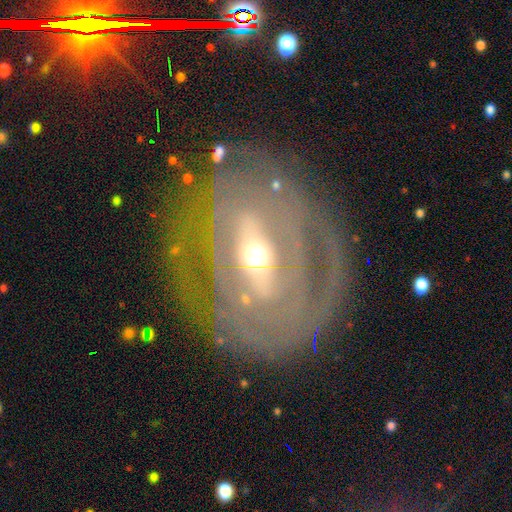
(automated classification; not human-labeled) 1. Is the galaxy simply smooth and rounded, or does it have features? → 84% featured or disk, 10% smooth, 6% star or artifact.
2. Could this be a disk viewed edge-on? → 92% no, 8% yes.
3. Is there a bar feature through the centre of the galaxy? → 50% strong, 30% weak, 20% no.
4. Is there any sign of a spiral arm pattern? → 70% yes, 30% no.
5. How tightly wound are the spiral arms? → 58% tight, 28% medium, 14% loose.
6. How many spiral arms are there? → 42% 2, 36% can't tell, 7% 3, 7% 1, 4% 4, 4% more than 4.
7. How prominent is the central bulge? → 57% moderate, 36% small, 5% large, 1% dominant, 1% none.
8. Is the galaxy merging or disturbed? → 65% none, 16% minor disturbance, 16% major disturbance, 3% merger.